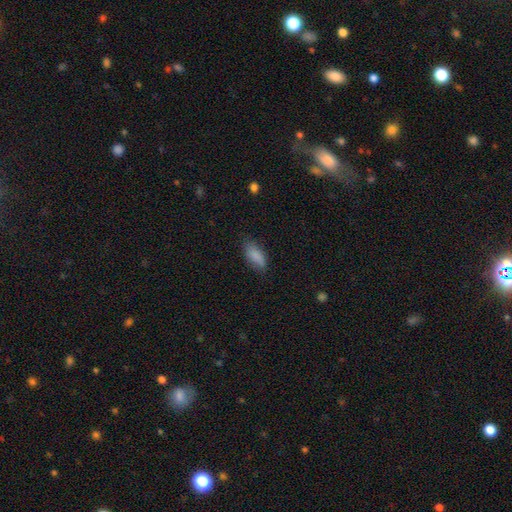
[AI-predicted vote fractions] This appears to be a smooth galaxy with no disk features (85%) that is in between round and cigar-shaped (84%). Merging: none (71%).